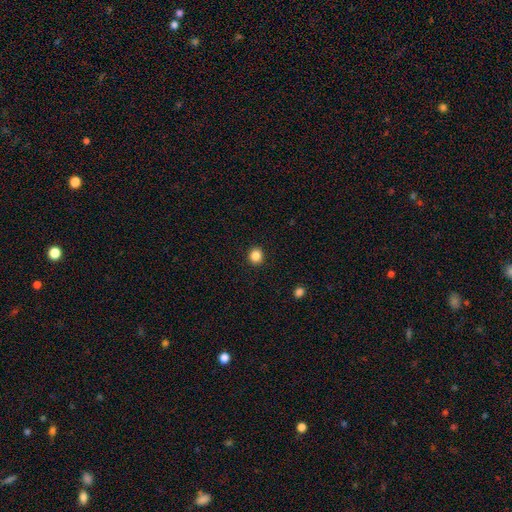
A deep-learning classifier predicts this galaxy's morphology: Smooth or featured: smooth — 86% (star or artifact — 11%)
How rounded: round — 85% (in between — 14%)
Merging: none — 92% (minor disturbance — 5%)